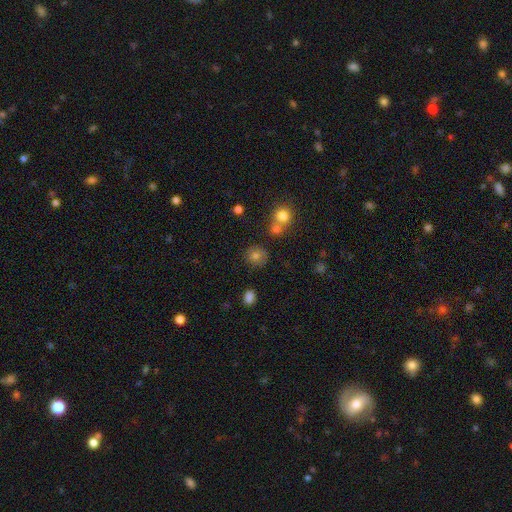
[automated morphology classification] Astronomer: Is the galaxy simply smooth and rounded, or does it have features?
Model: smooth — 77%.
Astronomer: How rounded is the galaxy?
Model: round — 87%.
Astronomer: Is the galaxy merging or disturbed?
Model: none — 78%.